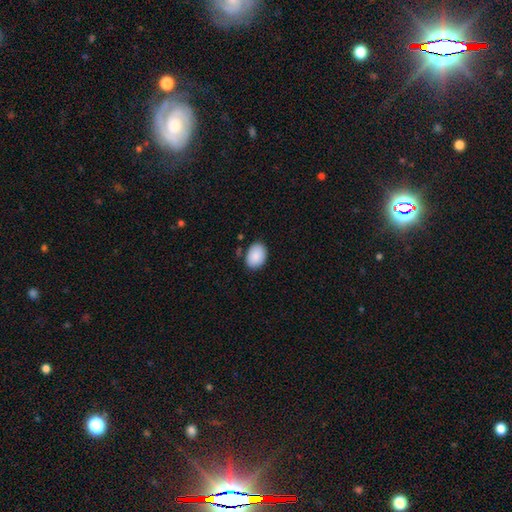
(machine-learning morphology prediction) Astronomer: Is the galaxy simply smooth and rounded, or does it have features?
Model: smooth — 89%.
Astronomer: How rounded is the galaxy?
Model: in between — 81%.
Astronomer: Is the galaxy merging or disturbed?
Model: none — 81%.